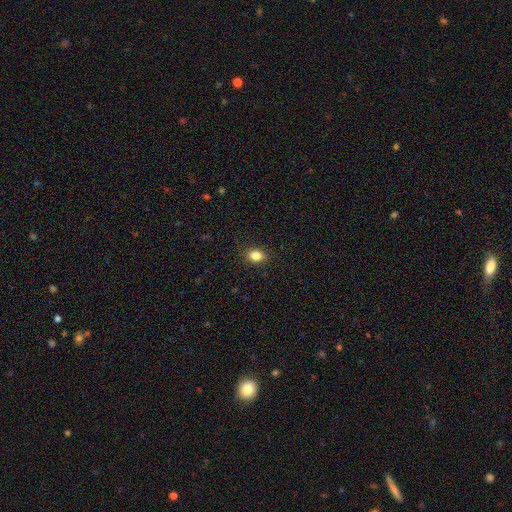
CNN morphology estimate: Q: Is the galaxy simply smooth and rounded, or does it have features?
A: smooth — 83%.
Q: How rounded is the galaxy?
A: in between — 54%.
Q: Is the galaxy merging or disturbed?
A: none — 87%.